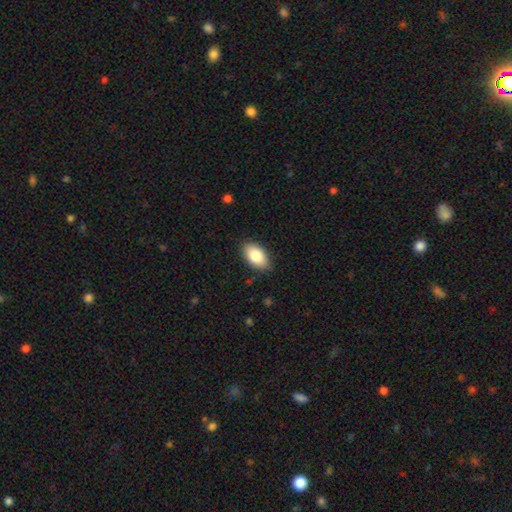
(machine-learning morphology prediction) A smooth galaxy with no disk features (83%) that is in between round and cigar-shaped (93%). Merging: none (85%).